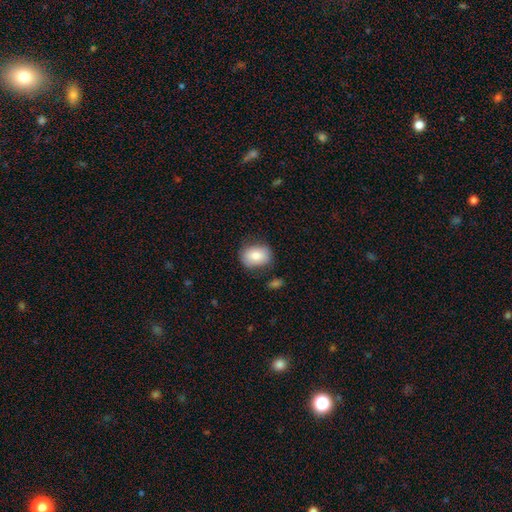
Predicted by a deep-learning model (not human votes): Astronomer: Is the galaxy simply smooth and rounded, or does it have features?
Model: smooth — 81%.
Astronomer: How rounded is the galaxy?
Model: in between — 59% (runner-up: round, 40%).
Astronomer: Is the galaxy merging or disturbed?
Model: none — 74%.